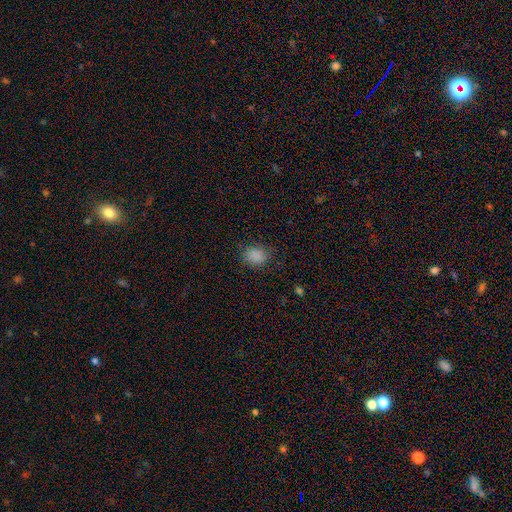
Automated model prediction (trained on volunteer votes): Overall: smooth (83%). How rounded: round (54%; in between 45%). Merging: none (80%).